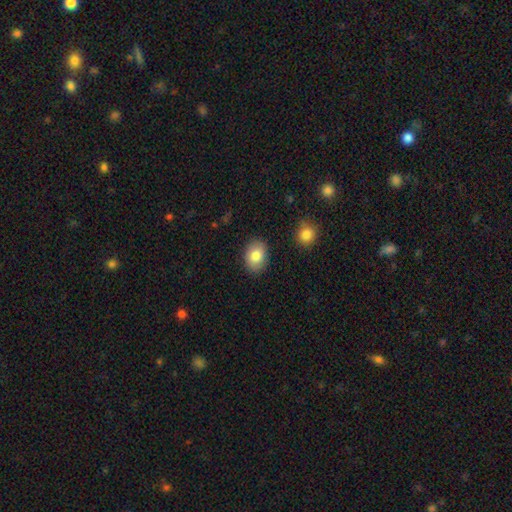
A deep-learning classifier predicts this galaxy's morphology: Smooth or featured?
  - smooth: 84% *
  - featured or disk: 9%
  - star or artifact: 7%
How rounded?
  - in between: 73% *
  - round: 26%
  - cigar-shaped: 1%
Merging?
  - none: 87% *
  - minor disturbance: 9%
  - major disturbance: 2%
  - merger: 2%